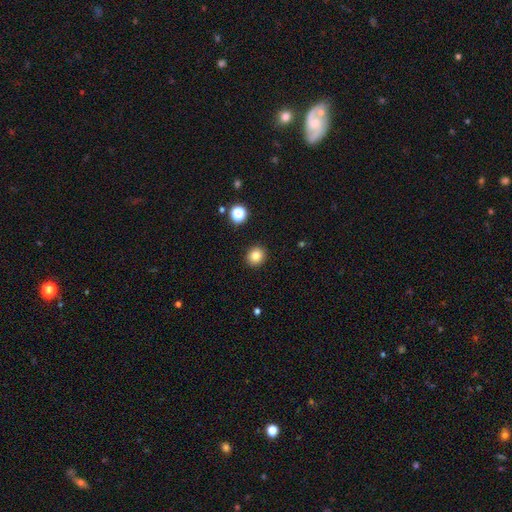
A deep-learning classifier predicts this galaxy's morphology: A smooth galaxy with no disk features (84%) that is round (87%).

Vote fractions:
- Smooth or featured? smooth: 84% / star or artifact: 11% / featured or disk: 5%
- How rounded? round: 87% / in between: 12% / cigar-shaped: 1%
- Merging? none: 91% / minor disturbance: 6% / major disturbance: 2% / merger: 1%